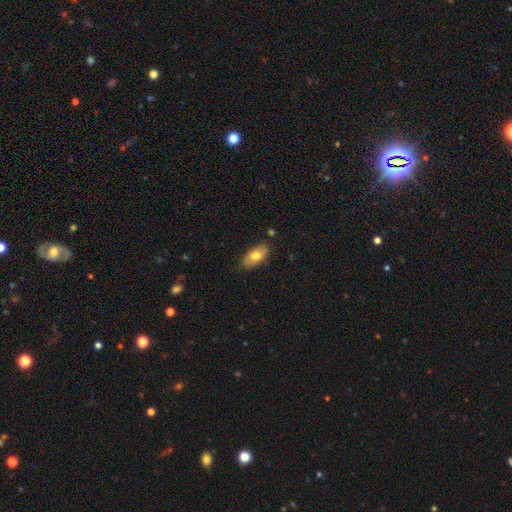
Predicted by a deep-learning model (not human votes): A smooth galaxy with no disk features (74%) that is in between round and cigar-shaped (91%). Merging: none (82%).